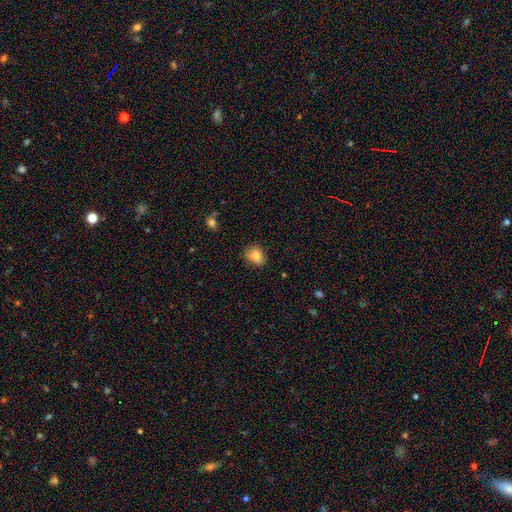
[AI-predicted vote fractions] Smooth or featured: smooth — 82% (star or artifact — 10%)
How rounded: in between — 57% (round — 42%)
Merging: none — 76% (minor disturbance — 19%)